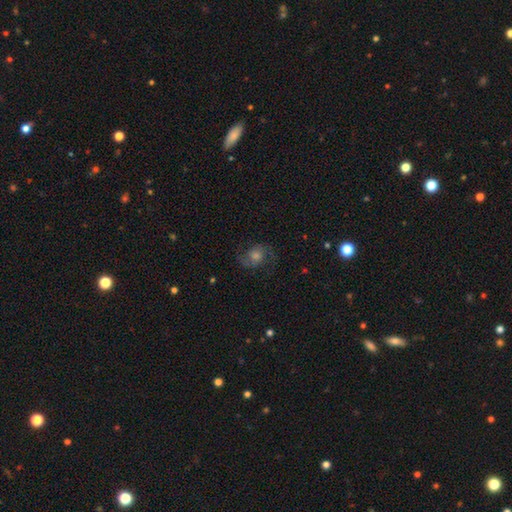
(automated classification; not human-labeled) smooth_or_featured: featured or disk (p=0.74) [alt: smooth p=0.13]
disk_edge_on: no (p=0.97) [alt: yes p=0.03]
bar: no (p=0.66) [alt: weak p=0.29]
has_spiral_arms: yes (p=0.95) [alt: no p=0.05]
spiral_winding: medium (p=0.52) [alt: loose p=0.32]
spiral_arm_count: 2 (p=0.91) [alt: can't tell p=0.04]
bulge_size: moderate (p=0.48) [alt: small p=0.27]
merging: none (p=0.78) [alt: minor disturbance p=0.13]